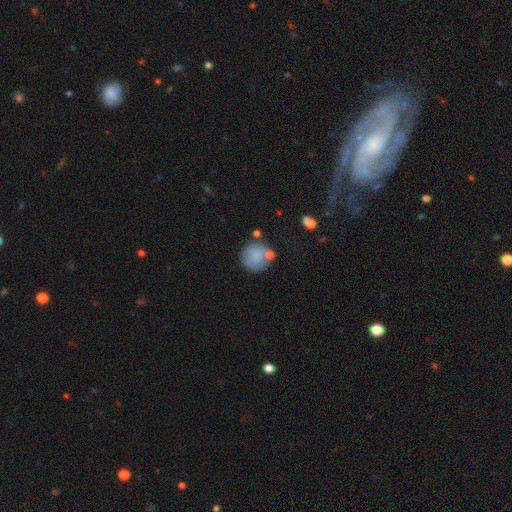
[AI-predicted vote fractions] Overall: smooth (78%). How rounded: round (91%). Merging: none (66%).